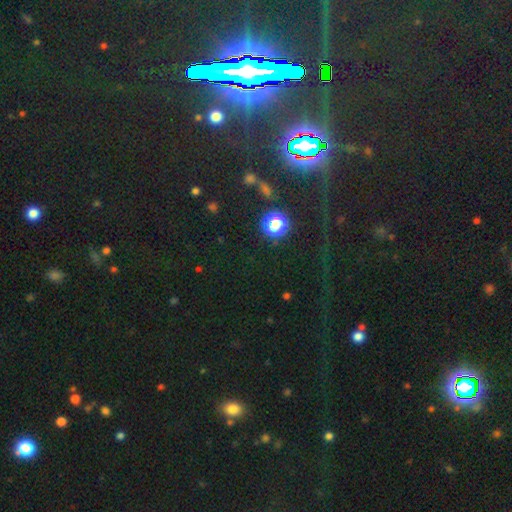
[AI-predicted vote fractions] Smooth or featured? Predicted: star or artifact (p=0.80).